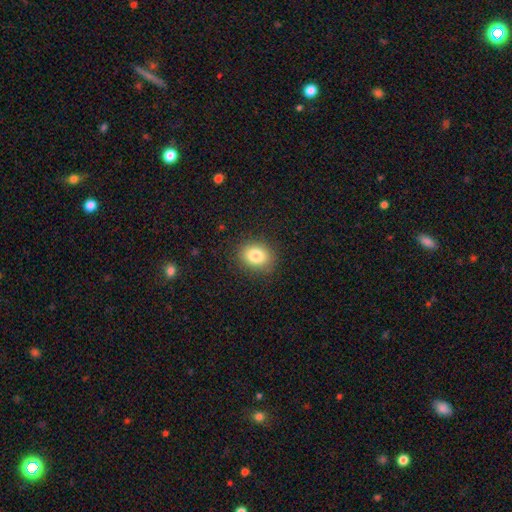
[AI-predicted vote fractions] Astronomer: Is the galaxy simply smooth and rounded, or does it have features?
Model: smooth — 83%.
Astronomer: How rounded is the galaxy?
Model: in between — 51% (runner-up: round, 48%).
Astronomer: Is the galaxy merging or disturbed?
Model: none — 87%.